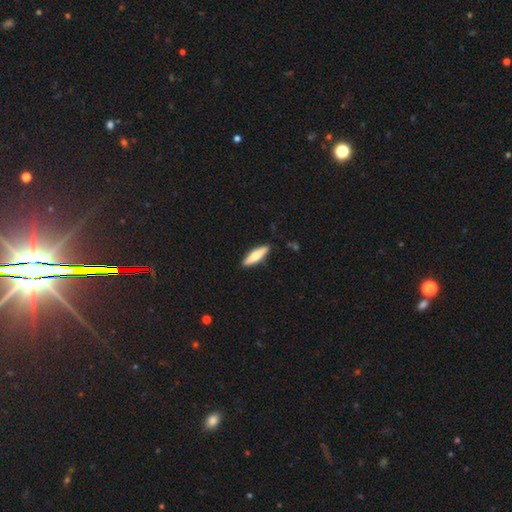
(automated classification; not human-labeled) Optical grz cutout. It shows a smooth galaxy with no disk features (60%) that is cigar-shaped (73%). Merging: none (89%).